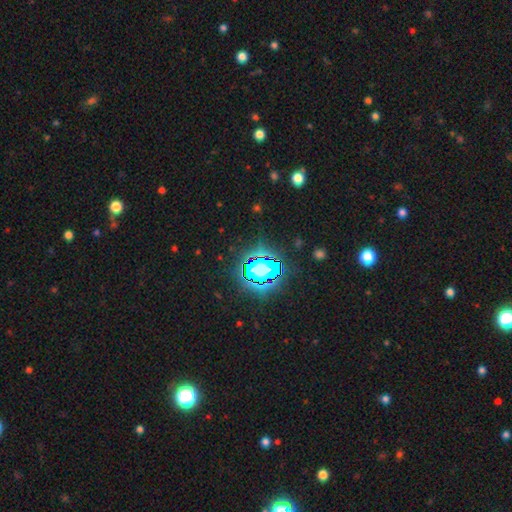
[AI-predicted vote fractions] smooth-or-featured: star or artifact: 76% | smooth: 15% | featured or disk: 9%